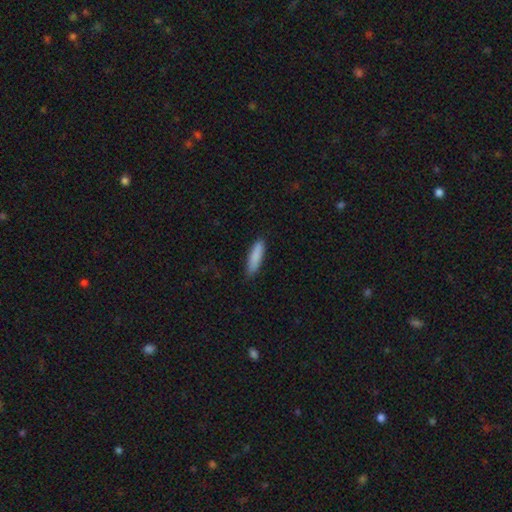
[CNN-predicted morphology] This is clearly a smooth galaxy (87%). How rounded: likely cigar-shaped (75%). Merging: clearly none (86%).